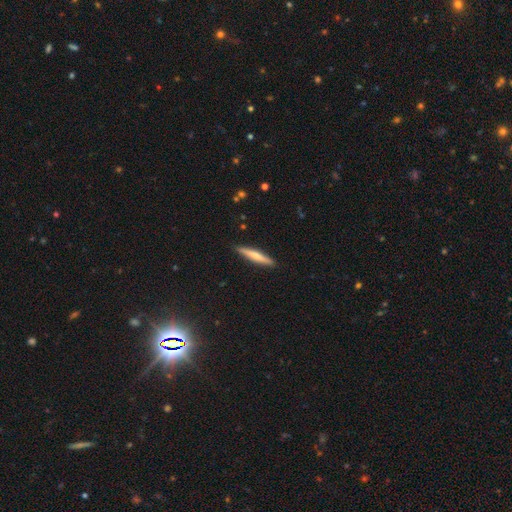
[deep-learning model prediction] This is possibly a smooth galaxy (58%). How rounded: clearly cigar-shaped (92%). Merging: clearly none (90%).